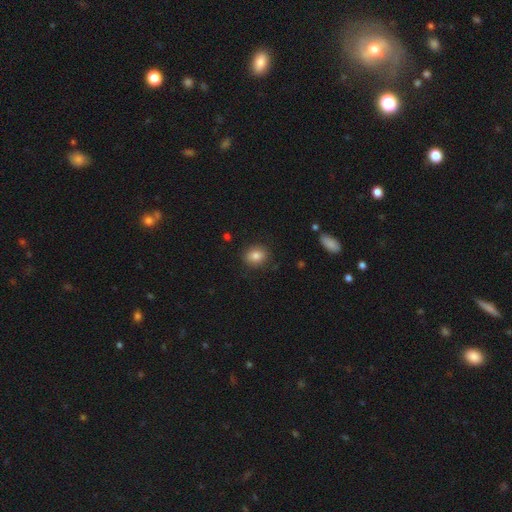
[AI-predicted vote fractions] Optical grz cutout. It shows a smooth galaxy with no disk features (82%) that is round (57%). Merging: none (85%).